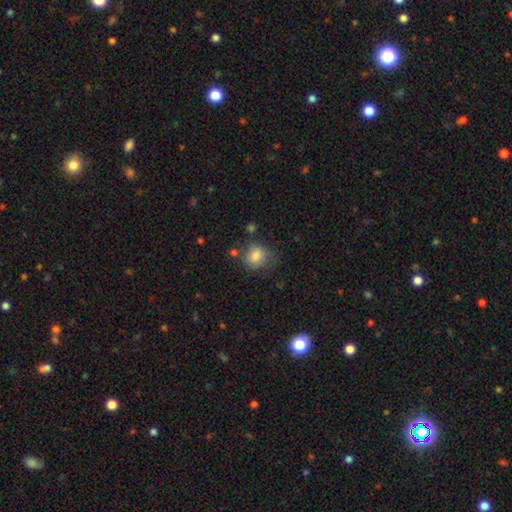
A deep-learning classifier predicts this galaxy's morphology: Smooth or featured?
  - smooth: 78% *
  - featured or disk: 13%
  - star or artifact: 9%
How rounded?
  - round: 71% *
  - in between: 28%
  - cigar-shaped: 1%
Merging?
  - none: 57% *
  - minor disturbance: 25%
  - major disturbance: 12%
  - merger: 5%